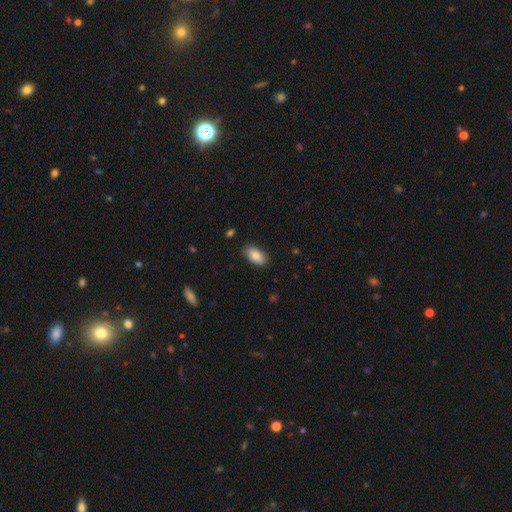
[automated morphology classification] The model was most divided on "merging": none: 86%, minor disturbance: 10%, major disturbance: 2%, merger: 1%. More confident: how rounded — in between (93%); smooth or featured — smooth (86%).